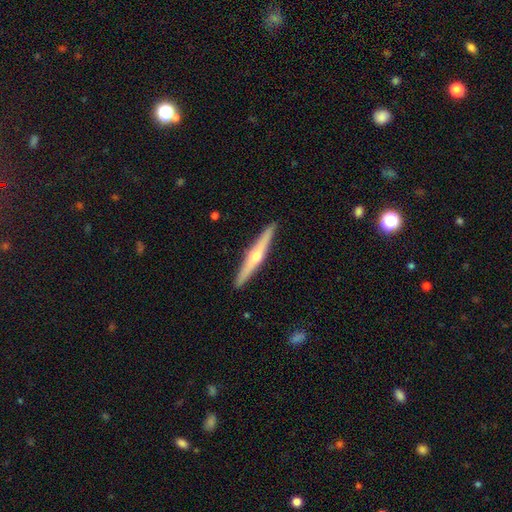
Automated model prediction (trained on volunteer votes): This appears to be a featured or disk galaxy (71%) viewed edge-on (98%) with a rounded central bulge (92%). Merging: none (92%).